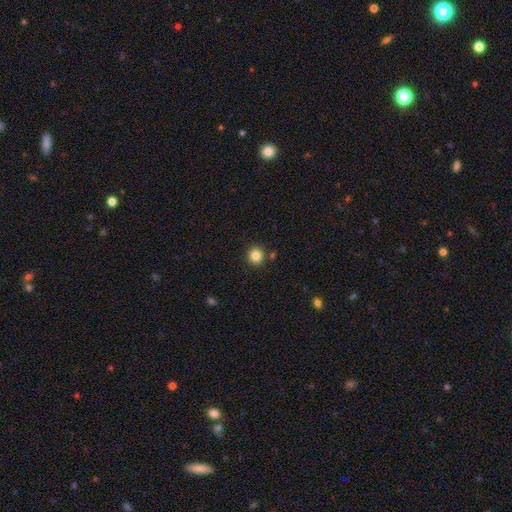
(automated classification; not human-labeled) Morphology: type=smooth (84%); roundness=round (91%); merging=none (87%).